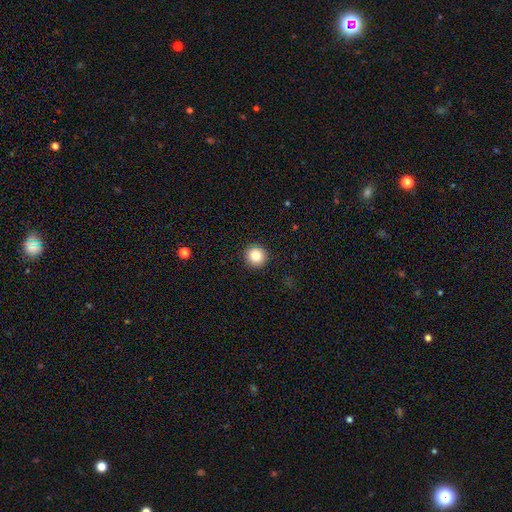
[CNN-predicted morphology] Q: Smooth or featured?
A: smooth (84%); runner-up: star or artifact (10%)
Q: How rounded?
A: round (95%); runner-up: in between (4%)
Q: Merging?
A: none (92%); runner-up: minor disturbance (5%)